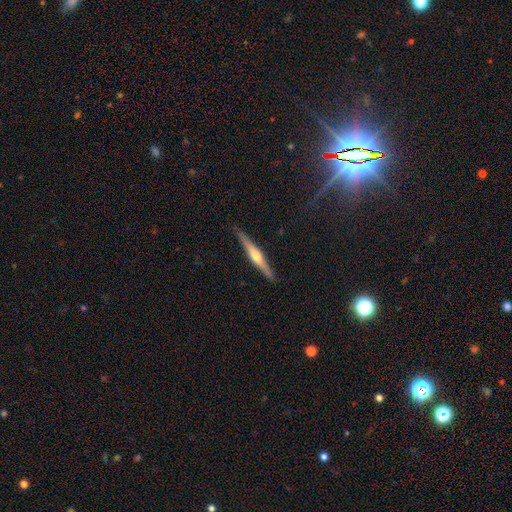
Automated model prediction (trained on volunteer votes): smooth-or-featured: featured or disk: 66% | smooth: 29% | star or artifact: 5%
  disk-edge-on: yes: 97% | no: 3%
    edge-on-bulge: rounded: 87% | none: 8% | boxy: 6%
  merging: none: 89% | minor disturbance: 8% | major disturbance: 2% | merger: 1%